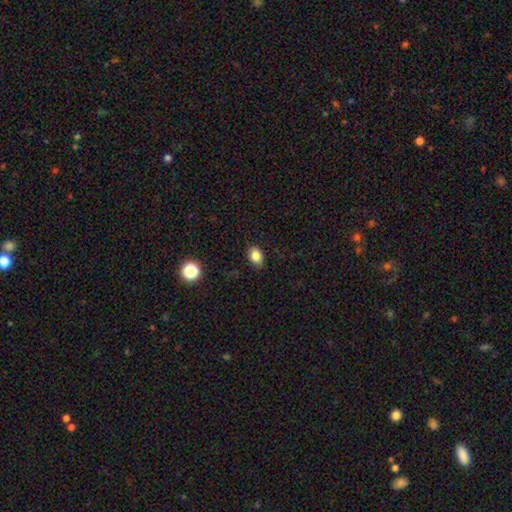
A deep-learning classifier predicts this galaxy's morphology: A smooth galaxy with no disk features (83%) that is in between round and cigar-shaped (72%). Merging: none (86%).